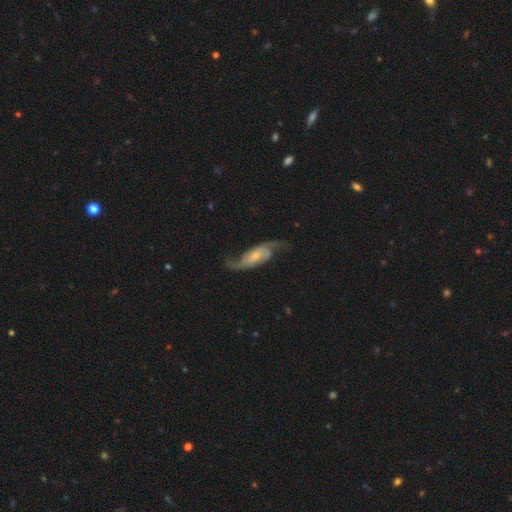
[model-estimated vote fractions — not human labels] This is clearly a featured or disk galaxy (83%). It is clearly not viewed edge-on (93%). Bar: possibly no (51%). Spiral arm pattern: clearly yes (96%). Spiral arm count: clearly 2 (92%). Spiral winding: likely loose (67%). Central bulge: likely small (62%). Merging: likely none (69%).